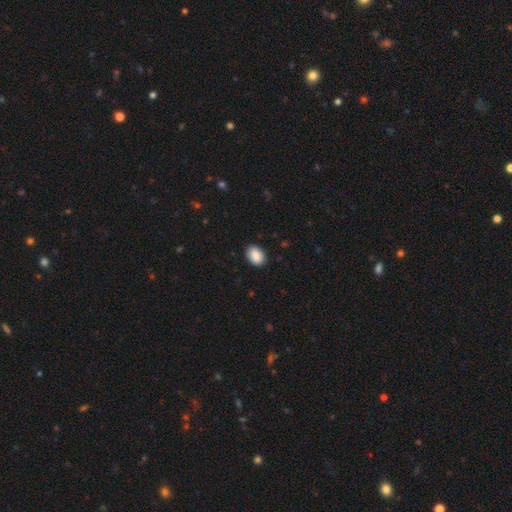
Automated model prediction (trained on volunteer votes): Smooth or featured?
  - smooth: 90% *
  - star or artifact: 7%
  - featured or disk: 3%
How rounded?
  - in between: 79% *
  - round: 20%
  - cigar-shaped: 1%
Merging?
  - none: 89% *
  - minor disturbance: 8%
  - major disturbance: 2%
  - merger: 1%